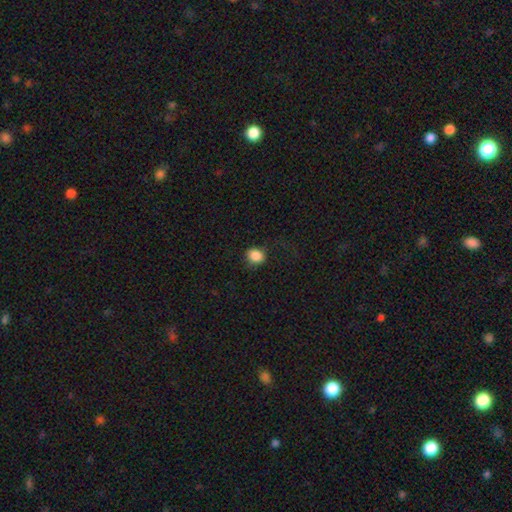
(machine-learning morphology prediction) Smooth or featured? Predicted: smooth (p=0.87). How rounded? Predicted: round (p=0.71). Merging? Predicted: none (p=0.78).